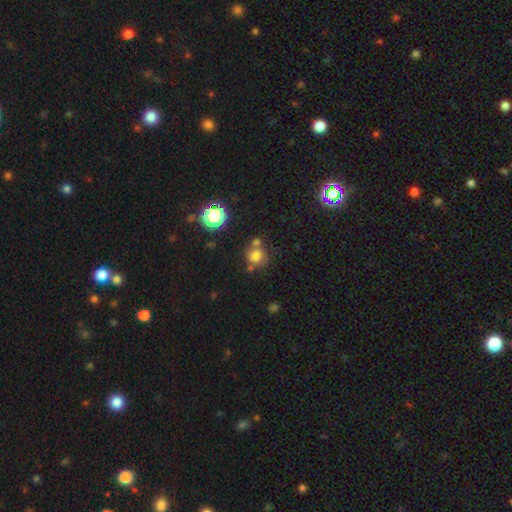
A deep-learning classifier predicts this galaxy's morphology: A smooth galaxy with no disk features (72%) that is round (82%). Merging: none (55%).